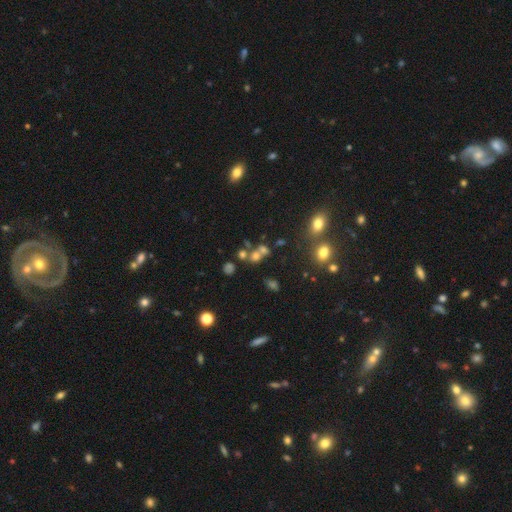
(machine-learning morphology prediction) smooth-or-featured: smooth: 56% | star or artifact: 26% | featured or disk: 18%
  how-rounded: round: 70% | in between: 29% | cigar-shaped: 2%
  merging: merger: 45% | none: 39% | minor disturbance: 9% | major disturbance: 7%